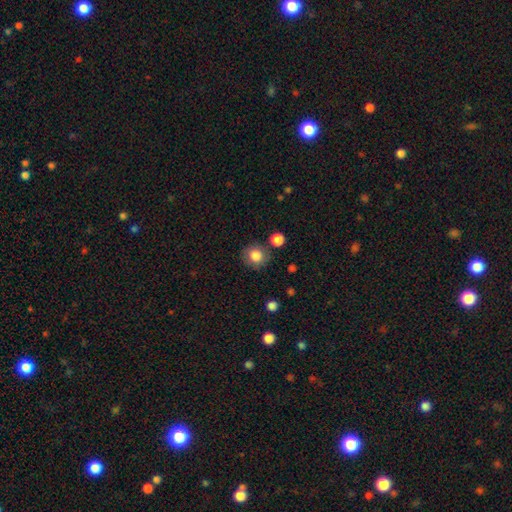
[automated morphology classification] smooth_or_featured: smooth (p=0.85) [alt: star or artifact p=0.09]
how_rounded: round (p=0.83) [alt: in between p=0.16]
merging: none (p=0.76) [alt: minor disturbance p=0.13]